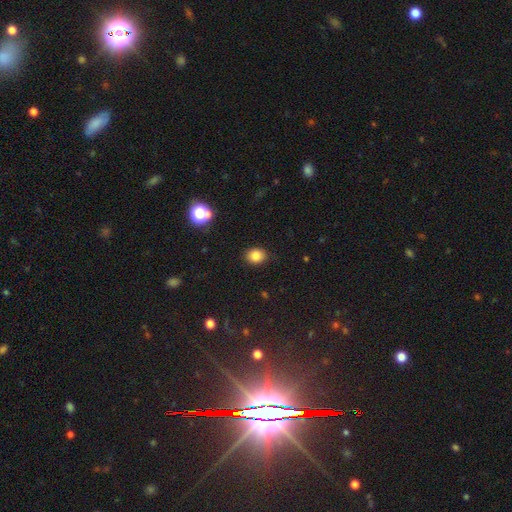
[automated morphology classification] type=smooth (83%); roundness=in between (52%); merging=none (87%).